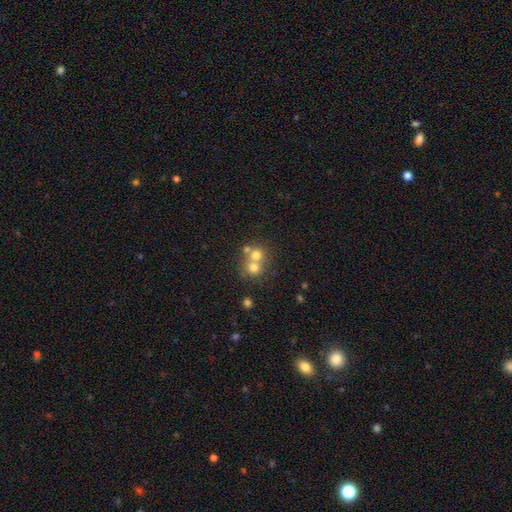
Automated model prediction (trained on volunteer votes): Morphology: type=smooth (68%); roundness=round (84%); merging=merger (57%).